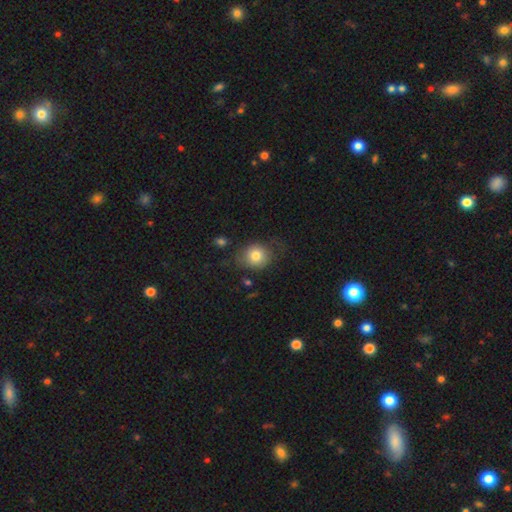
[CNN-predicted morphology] Q: Smooth or featured?
A: smooth (78%); runner-up: featured or disk (13%)
Q: How rounded?
A: round (70%); runner-up: in between (29%)
Q: Merging?
A: none (62%); runner-up: minor disturbance (24%)